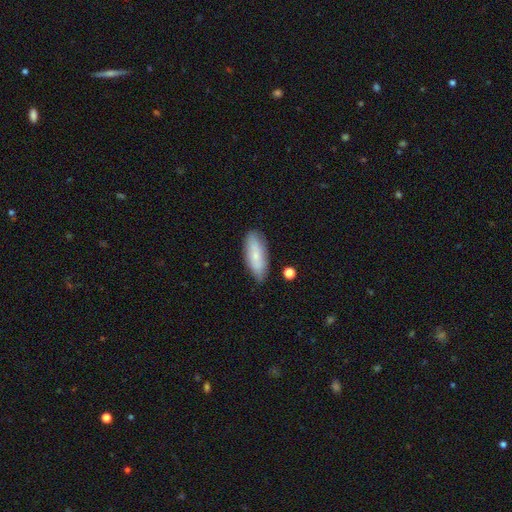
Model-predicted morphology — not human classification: A smooth galaxy with no disk features (68%) that is in between round and cigar-shaped (72%).

Vote fractions:
- Smooth or featured? smooth: 68% / featured or disk: 25% / star or artifact: 7%
- How rounded? in between: 72% / cigar-shaped: 26% / round: 2%
- Merging? none: 77% / minor disturbance: 18% / major disturbance: 3% / merger: 2%